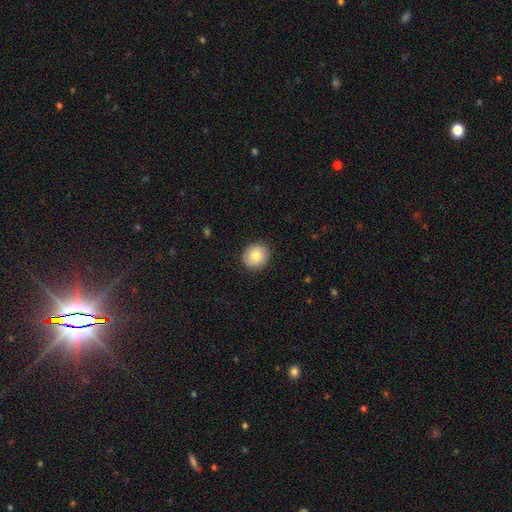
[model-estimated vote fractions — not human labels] Smooth or featured?
  - smooth: 82% *
  - featured or disk: 10%
  - star or artifact: 8%
How rounded?
  - round: 84% *
  - in between: 15%
  - cigar-shaped: 1%
Merging?
  - none: 90% *
  - minor disturbance: 7%
  - major disturbance: 2%
  - merger: 1%